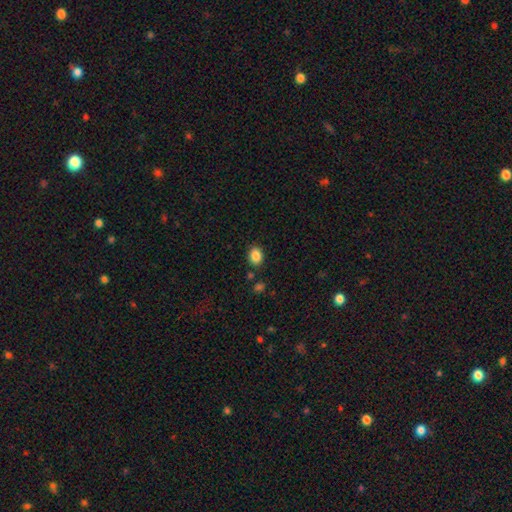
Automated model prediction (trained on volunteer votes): Smooth or featured?
  - smooth: 86% *
  - star or artifact: 10%
  - featured or disk: 4%
How rounded?
  - in between: 54% *
  - round: 45%
  - cigar-shaped: 1%
Merging?
  - none: 84% *
  - minor disturbance: 10%
  - merger: 3%
  - major disturbance: 3%